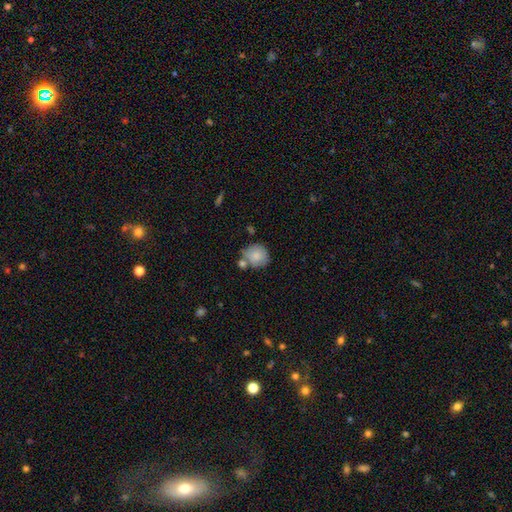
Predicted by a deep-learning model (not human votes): Morphology: type=smooth (82%); roundness=round (84%); merging=none (59%).